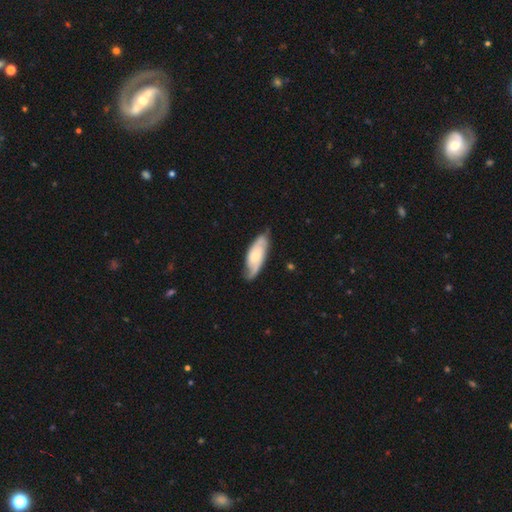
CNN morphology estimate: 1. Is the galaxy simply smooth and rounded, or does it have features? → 65% featured or disk, 30% smooth, 5% star or artifact.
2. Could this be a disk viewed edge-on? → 88% no, 12% yes.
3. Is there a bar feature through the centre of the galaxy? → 64% no, 29% weak, 7% strong.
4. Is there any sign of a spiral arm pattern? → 92% yes, 8% no.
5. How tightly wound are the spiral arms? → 42% medium, 40% tight, 18% loose.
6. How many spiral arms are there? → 70% 2, 16% can't tell, 6% 1, 5% 3, 1% 4, 1% more than 4.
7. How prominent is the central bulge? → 47% small, 34% moderate, 10% none, 8% large, 2% dominant.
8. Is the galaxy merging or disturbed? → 71% none, 21% minor disturbance, 6% major disturbance, 2% merger.